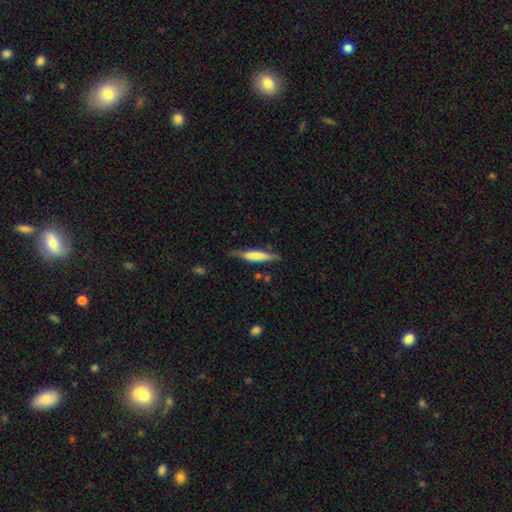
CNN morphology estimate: A smooth galaxy with no disk features (59%) that is cigar-shaped (87%). Merging: none (74%).